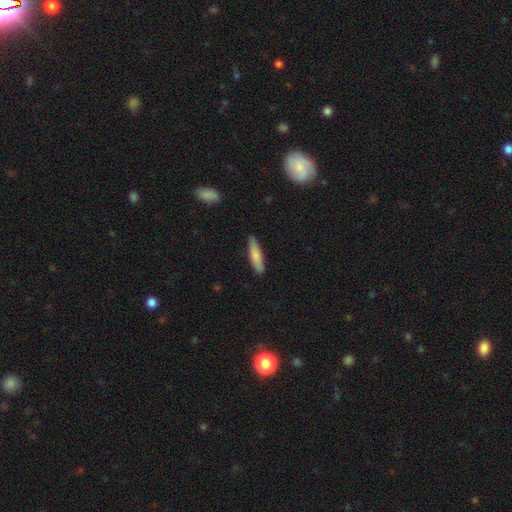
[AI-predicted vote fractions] The model was most divided on "how rounded": cigar-shaped: 76%, in between: 22%, round: 2%. More confident: merging — none (84%); smooth or featured — smooth (79%).